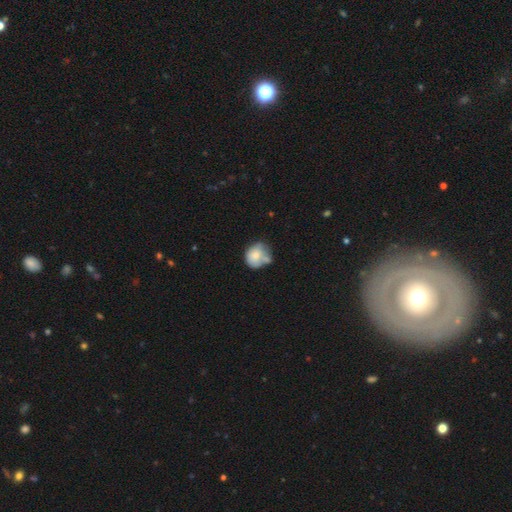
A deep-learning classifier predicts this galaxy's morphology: Smooth or featured? Predicted: smooth (p=0.70). How rounded? Predicted: round (p=0.65). Merging? Predicted: none (p=0.36).